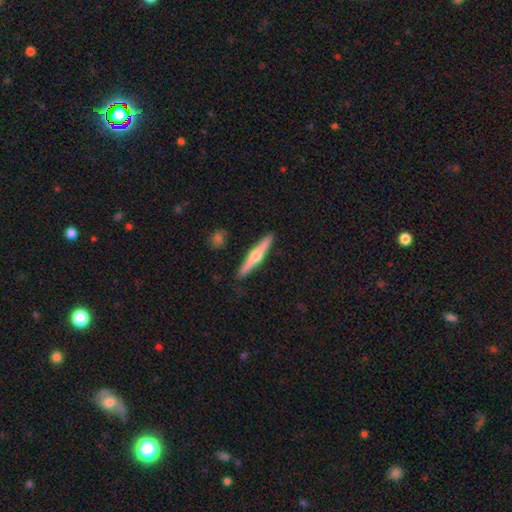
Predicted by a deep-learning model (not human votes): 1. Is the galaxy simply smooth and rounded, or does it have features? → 63% featured or disk, 32% smooth, 5% star or artifact.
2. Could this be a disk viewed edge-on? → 98% yes, 2% no.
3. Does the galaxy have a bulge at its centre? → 92% rounded, 4% none, 3% boxy.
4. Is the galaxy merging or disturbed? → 90% none, 7% minor disturbance, 1% major disturbance, 1% merger.